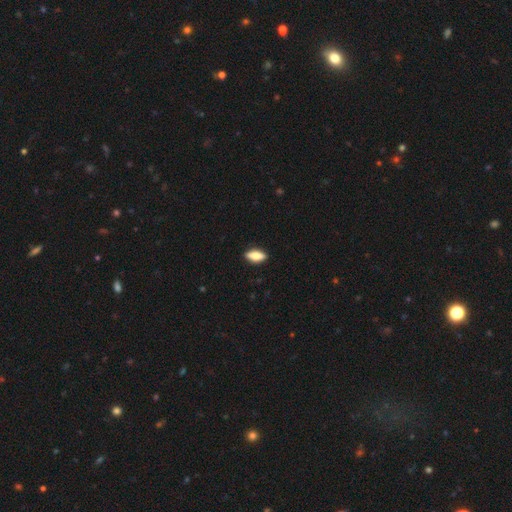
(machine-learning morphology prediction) The model was most divided on "smooth or featured": smooth: 72%, featured or disk: 21%, star or artifact: 7%. More confident: merging — none (89%); how rounded — in between (80%).